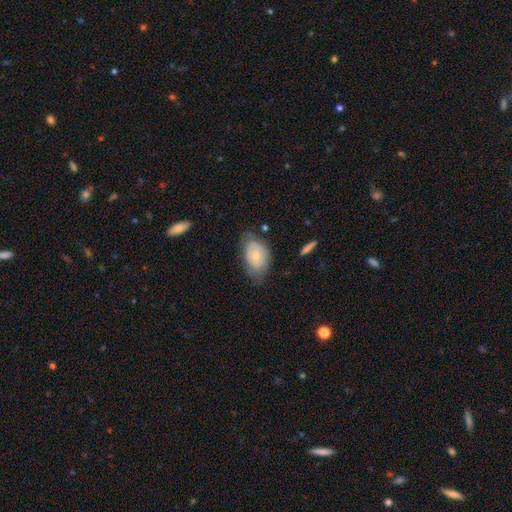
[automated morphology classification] A smooth galaxy with no disk features (61%) that is in between round and cigar-shaped (87%).

Vote fractions:
- Smooth or featured? smooth: 61% / featured or disk: 32% / star or artifact: 7%
- How rounded? in between: 87% / round: 12% / cigar-shaped: 1%
- Merging? none: 53% / minor disturbance: 34% / major disturbance: 11% / merger: 2%